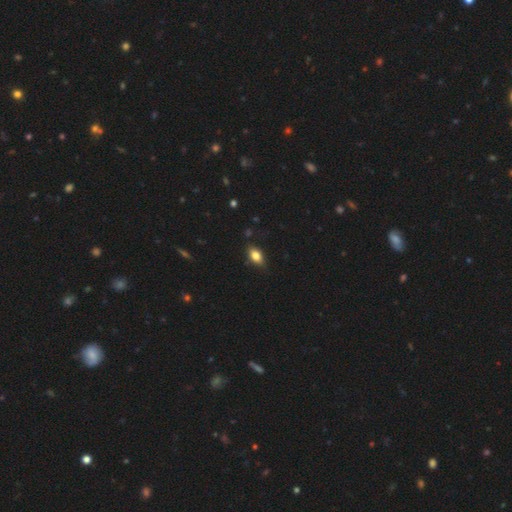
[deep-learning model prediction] Smooth or featured?
  - smooth: 81% *
  - featured or disk: 10%
  - star or artifact: 9%
How rounded?
  - in between: 87% *
  - round: 9%
  - cigar-shaped: 4%
Merging?
  - none: 79% *
  - minor disturbance: 17%
  - major disturbance: 3%
  - merger: 1%